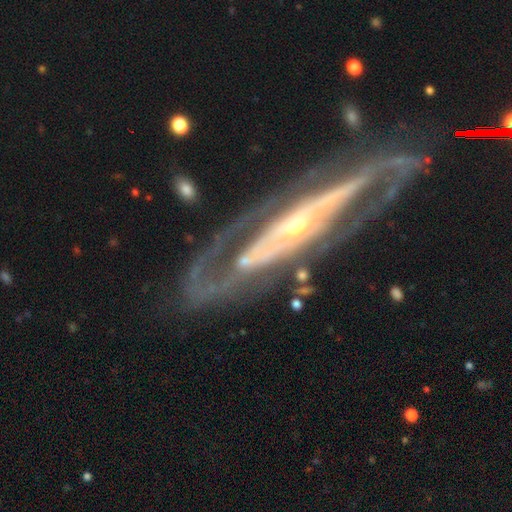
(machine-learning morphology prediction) This is clearly a featured or disk galaxy (87%). It is likely not viewed edge-on (77%). Bar: possibly no (47%). Spiral arm pattern: clearly yes (83%). Spiral arm count: possibly 2 (57%). Spiral winding: marginally tight (43%). Central bulge: possibly small (57%). Merging: likely none (62%).